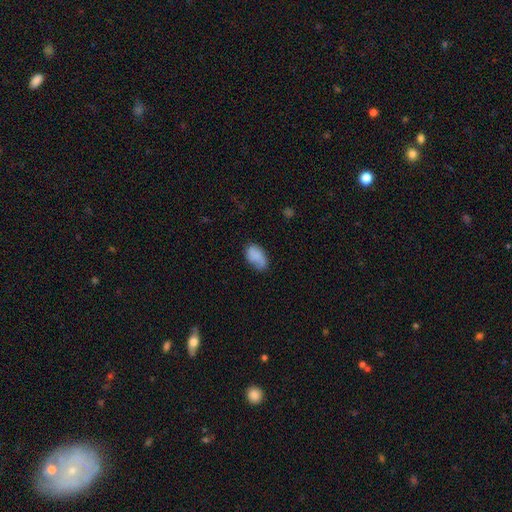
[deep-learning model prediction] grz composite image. It shows a smooth galaxy with no disk features (78%) that is in between round and cigar-shaped (92%). Merging: none (53%).